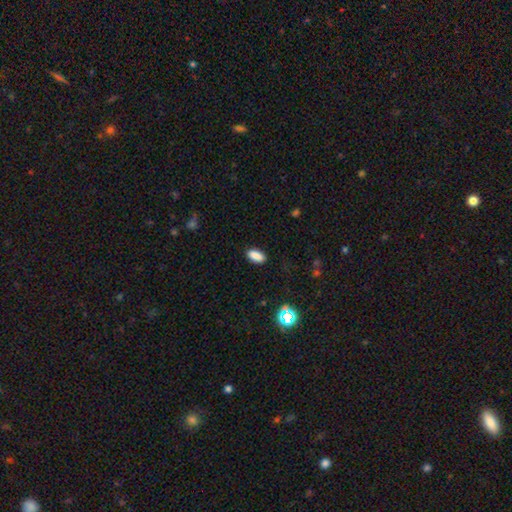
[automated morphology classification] smooth 86%, star or artifact 10%, featured or disk 4%. Down the decision tree: how rounded — in between (86%); merging — none (87%).